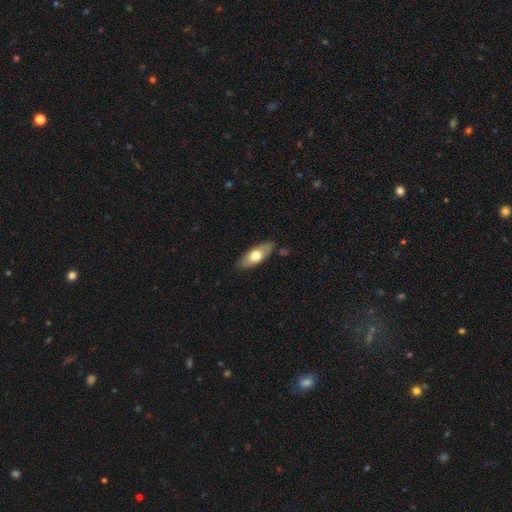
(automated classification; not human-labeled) This is likely a smooth galaxy (62%). How rounded: likely in between (80%). Merging: clearly none (82%).